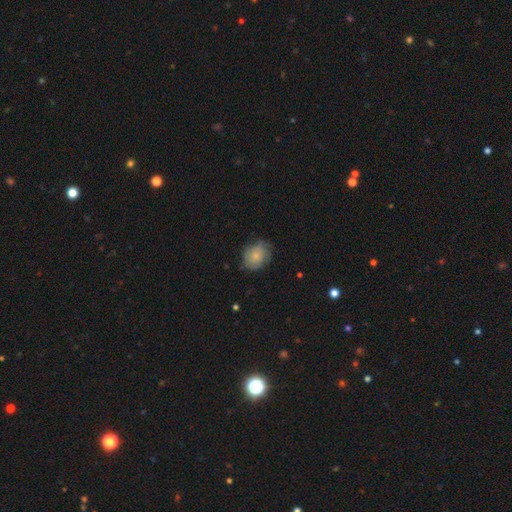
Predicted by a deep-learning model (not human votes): smooth_or_featured: smooth (p=0.67) [alt: featured or disk p=0.26]
how_rounded: round (p=0.58) [alt: in between p=0.41]
merging: none (p=0.63) [alt: minor disturbance p=0.28]